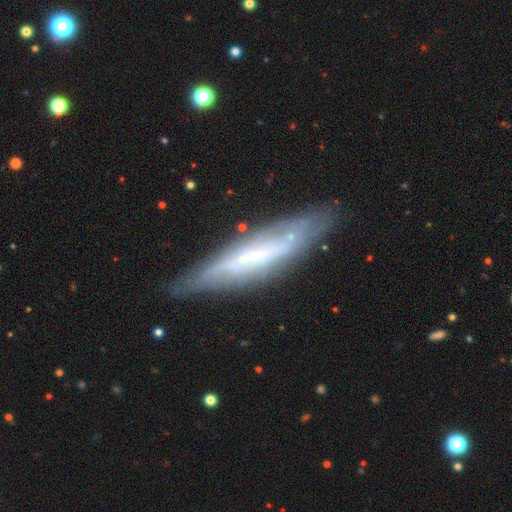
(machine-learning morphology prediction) The model was most divided on "edge-on disk": yes: 61%, no: 39%. More confident: merging — none (77%); smooth or featured — featured or disk (68%).